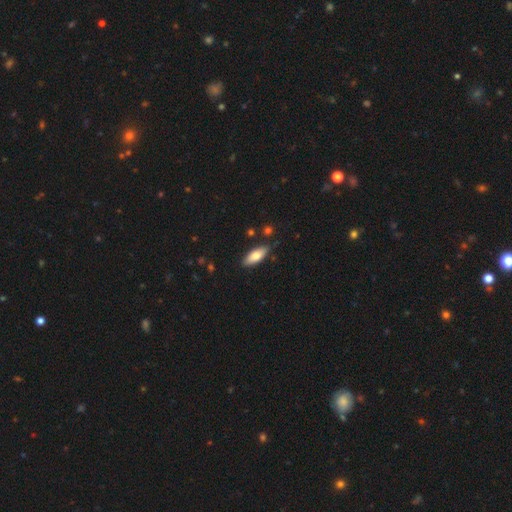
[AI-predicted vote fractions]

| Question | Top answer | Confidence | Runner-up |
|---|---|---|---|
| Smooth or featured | smooth | 71% | featured or disk (23%) |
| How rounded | in between | 73% | cigar-shaped (25%) |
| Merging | none | 83% | minor disturbance (12%) |